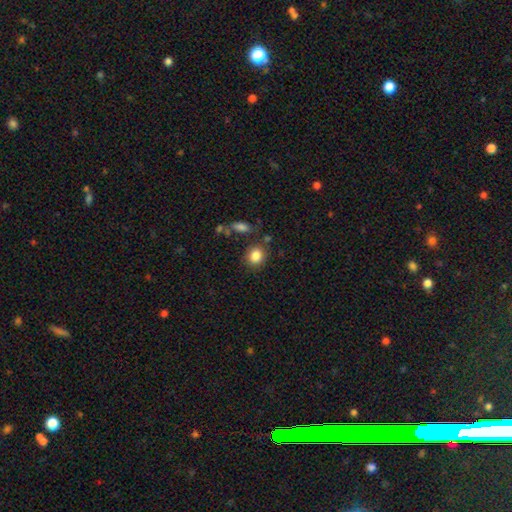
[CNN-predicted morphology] This is clearly a smooth galaxy (85%). How rounded: likely round (67%). Merging: likely none (79%).